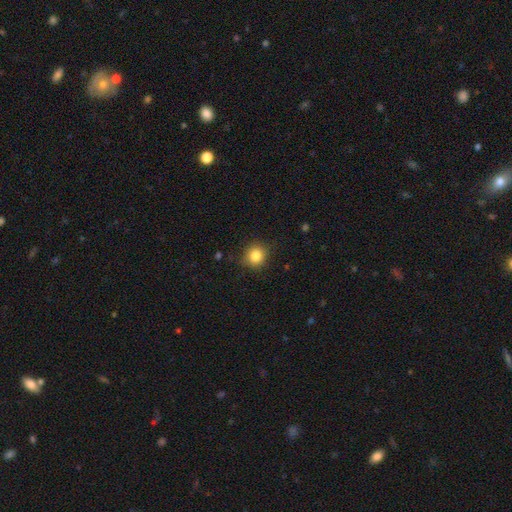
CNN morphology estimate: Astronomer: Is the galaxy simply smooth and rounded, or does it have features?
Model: smooth — 84%.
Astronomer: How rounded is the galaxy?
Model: round — 87%.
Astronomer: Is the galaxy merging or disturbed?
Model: none — 86%.